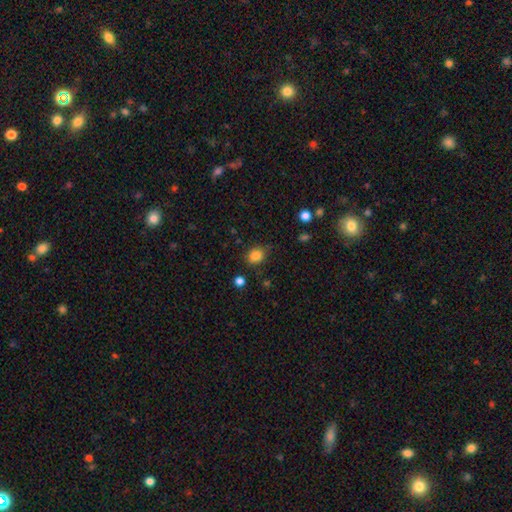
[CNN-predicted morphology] This appears to be a smooth galaxy with no disk features (84%) that is round (67%). Merging: none (80%).